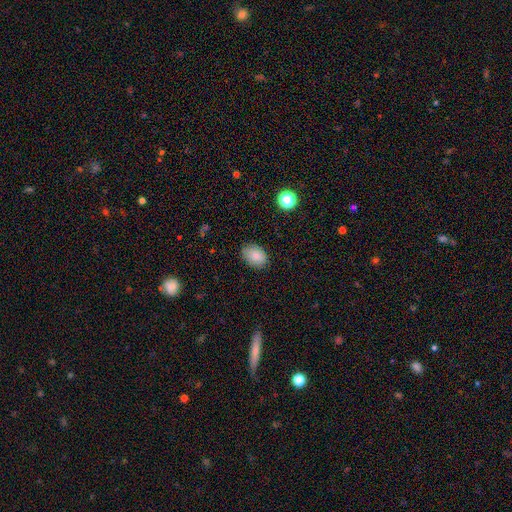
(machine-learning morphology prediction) Smooth or featured: smooth — 84% (star or artifact — 9%)
How rounded: in between — 78% (round — 21%)
Merging: none — 81% (minor disturbance — 15%)